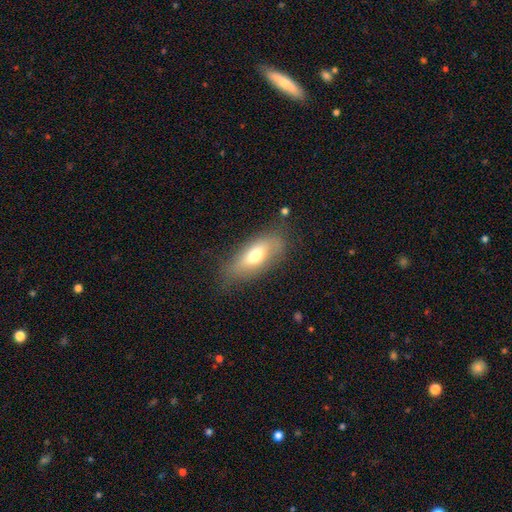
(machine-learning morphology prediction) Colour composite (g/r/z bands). It shows a smooth galaxy with no disk features (66%) that is in between round and cigar-shaped (76%). Merging: none (70%).